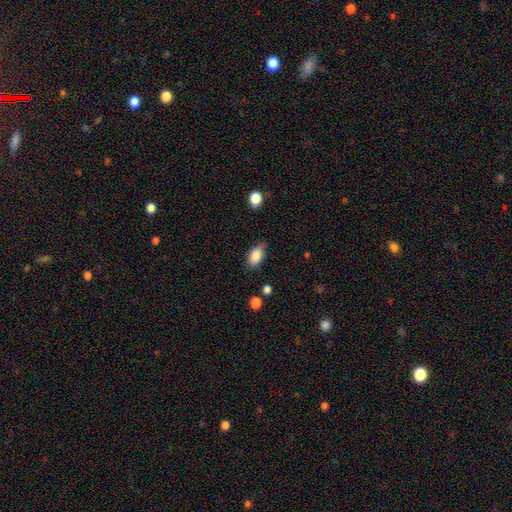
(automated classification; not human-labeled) A smooth galaxy with no disk features (84%) that is in between round and cigar-shaped (91%).

Vote fractions:
- Smooth or featured? smooth: 84% / featured or disk: 8% / star or artifact: 8%
- How rounded? in between: 91% / round: 6% / cigar-shaped: 3%
- Merging? none: 78% / minor disturbance: 17% / major disturbance: 3% / merger: 2%